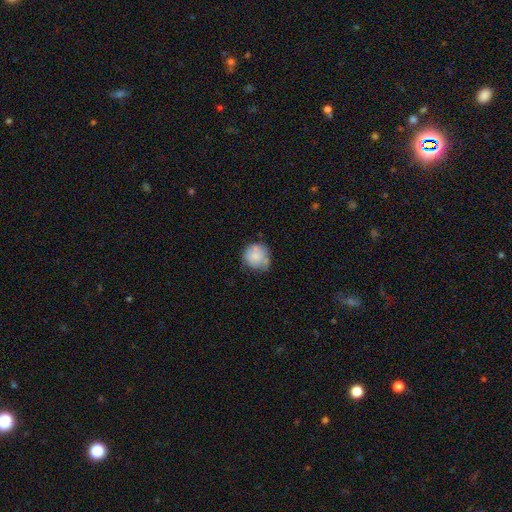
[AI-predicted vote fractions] Overall: smooth (72%). How rounded: round (87%). Merging: none (54%; minor disturbance 29%).